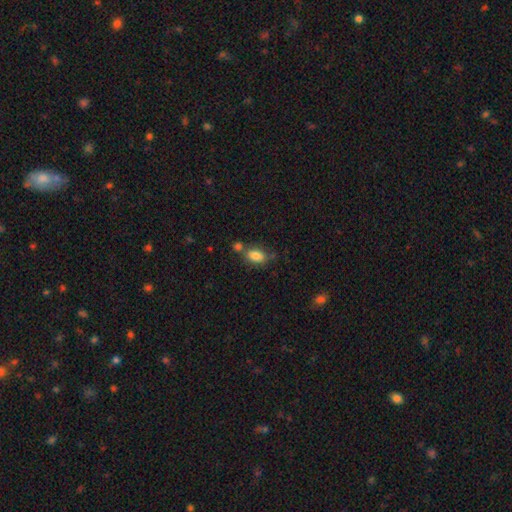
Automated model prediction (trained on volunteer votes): smooth-or-featured: smooth: 83% | star or artifact: 9% | featured or disk: 8%
  how-rounded: in between: 86% | round: 11% | cigar-shaped: 3%
  merging: none: 52% | merger: 28% | minor disturbance: 15% | major disturbance: 5%